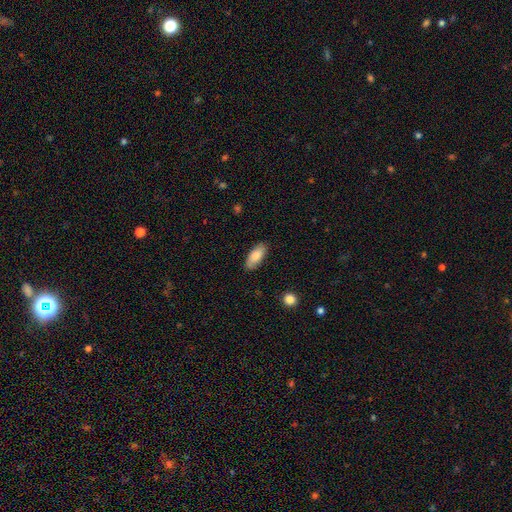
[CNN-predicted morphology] Smooth or featured: smooth — 82% (featured or disk — 12%)
How rounded: in between — 87% (cigar-shaped — 11%)
Merging: none — 82% (minor disturbance — 14%)